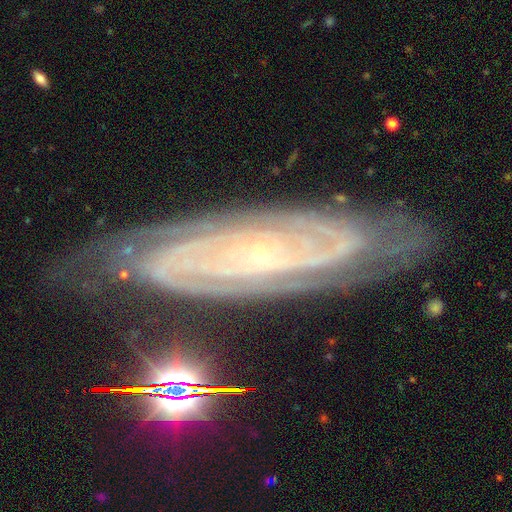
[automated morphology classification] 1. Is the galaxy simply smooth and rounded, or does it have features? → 87% featured or disk, 7% star or artifact, 6% smooth.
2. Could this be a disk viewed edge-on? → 88% no, 12% yes.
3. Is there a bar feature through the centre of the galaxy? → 62% no, 26% weak, 12% strong.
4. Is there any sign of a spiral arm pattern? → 97% yes, 3% no.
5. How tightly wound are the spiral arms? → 75% tight, 21% medium, 4% loose.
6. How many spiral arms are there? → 30% 2, 27% can't tell, 16% 3, 11% 4, 8% more than 4, 7% 1.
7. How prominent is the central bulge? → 88% small, 7% moderate, 3% none, 1% large, 1% dominant.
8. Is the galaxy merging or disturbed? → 75% none, 17% minor disturbance, 5% major disturbance, 3% merger.